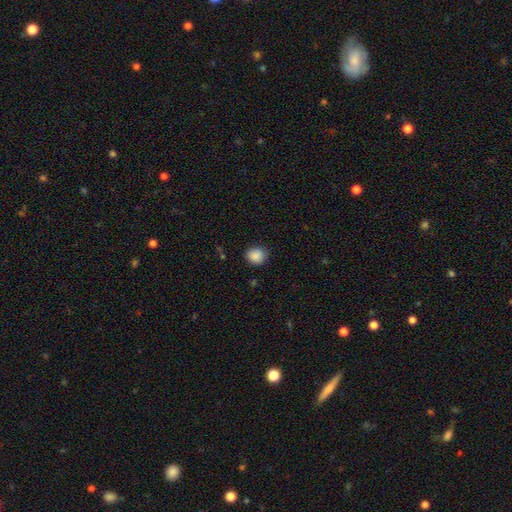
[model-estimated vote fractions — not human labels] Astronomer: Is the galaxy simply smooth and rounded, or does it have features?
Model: smooth — 88%.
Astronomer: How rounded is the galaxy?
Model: round — 77%.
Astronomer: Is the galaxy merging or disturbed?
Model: none — 82%.